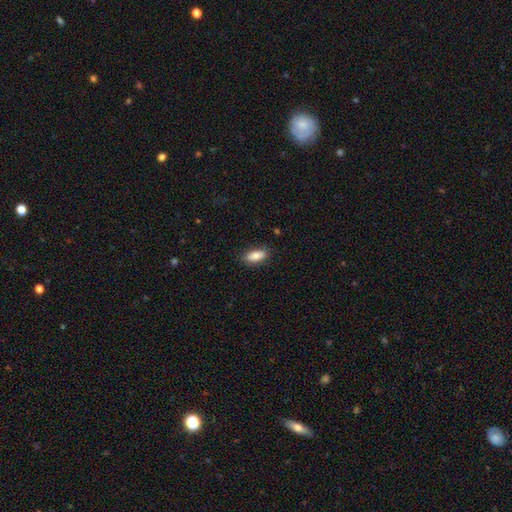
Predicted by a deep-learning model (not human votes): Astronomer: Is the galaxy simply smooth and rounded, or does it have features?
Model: smooth — 83%.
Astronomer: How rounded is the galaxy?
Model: in between — 84%.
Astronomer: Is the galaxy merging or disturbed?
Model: none — 84%.